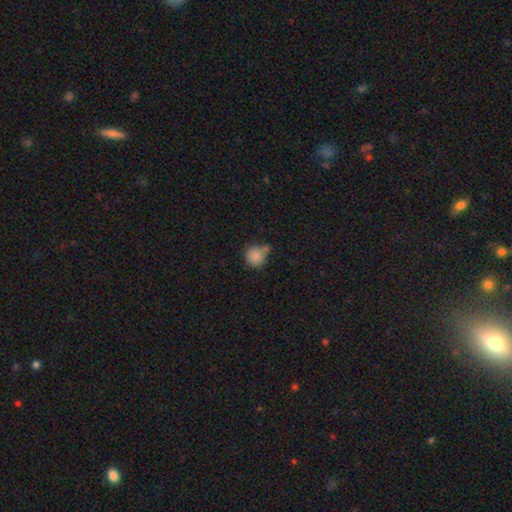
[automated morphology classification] smooth-or-featured: smooth: 85% | star or artifact: 10% | featured or disk: 6%
  how-rounded: round: 89% | in between: 10% | cigar-shaped: 1%
  merging: none: 56% | merger: 19% | minor disturbance: 19% | major disturbance: 6%